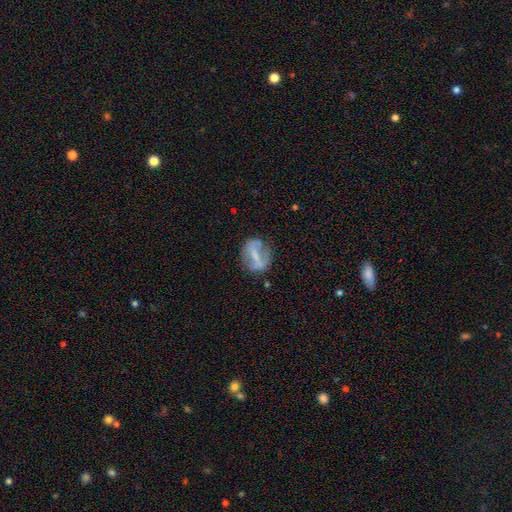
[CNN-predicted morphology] Smooth or featured? Predicted: featured or disk (p=0.55). Edge-on disk? Predicted: no (p=0.92). Bar? Predicted: strong (p=0.53). Spiral arms? Predicted: no (p=0.67). Bulge size? Predicted: small (p=0.37). Merging? Predicted: none (p=0.68).